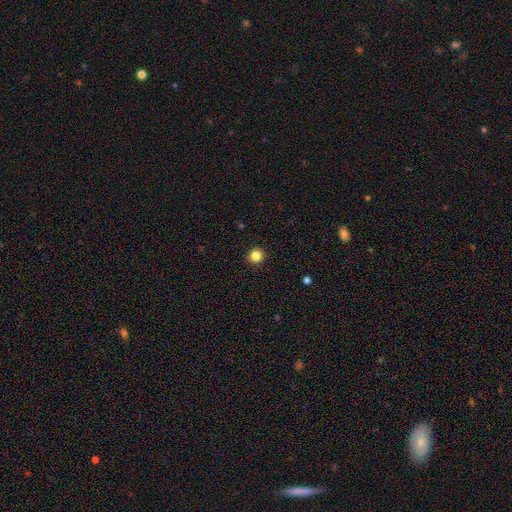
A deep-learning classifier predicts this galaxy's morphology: Smooth or featured? Predicted: smooth (p=0.85). How rounded? Predicted: round (p=0.95). Merging? Predicted: none (p=0.94).